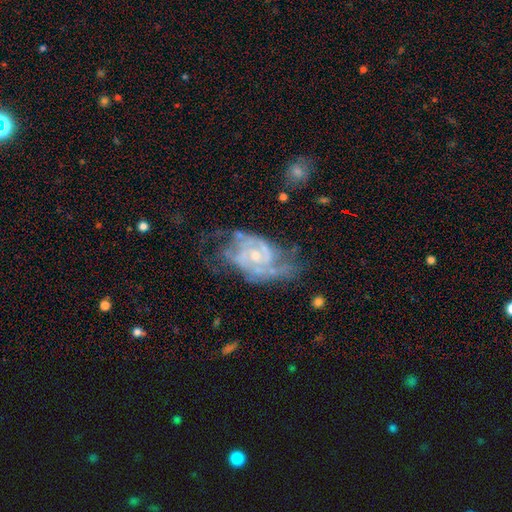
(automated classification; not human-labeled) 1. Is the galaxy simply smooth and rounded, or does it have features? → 87% featured or disk, 7% smooth, 6% star or artifact.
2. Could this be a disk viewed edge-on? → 97% no, 3% yes.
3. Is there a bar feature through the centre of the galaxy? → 62% no, 31% weak, 6% strong.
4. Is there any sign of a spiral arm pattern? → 93% yes, 7% no.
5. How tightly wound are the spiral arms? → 48% tight, 40% medium, 12% loose.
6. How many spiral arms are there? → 53% 2, 23% can't tell, 12% 3, 4% 1, 4% 4, 3% more than 4.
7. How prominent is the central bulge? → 56% small, 38% moderate, 3% none, 2% large, 1% dominant.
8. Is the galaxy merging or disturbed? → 50% none, 25% minor disturbance, 22% major disturbance, 3% merger.